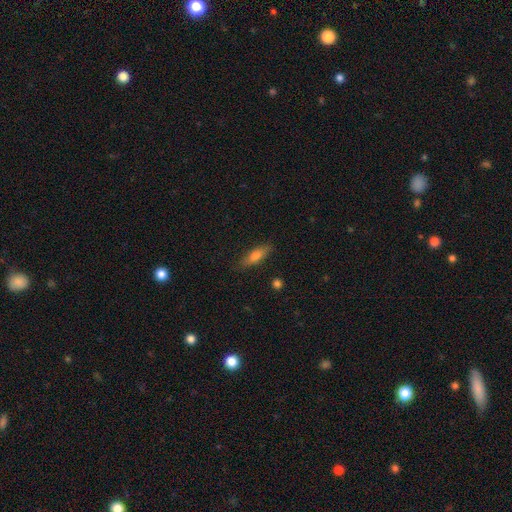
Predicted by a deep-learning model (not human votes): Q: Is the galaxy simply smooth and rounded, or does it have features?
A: smooth — 70%.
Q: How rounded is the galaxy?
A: cigar-shaped — 54%.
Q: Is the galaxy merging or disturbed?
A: none — 83%.